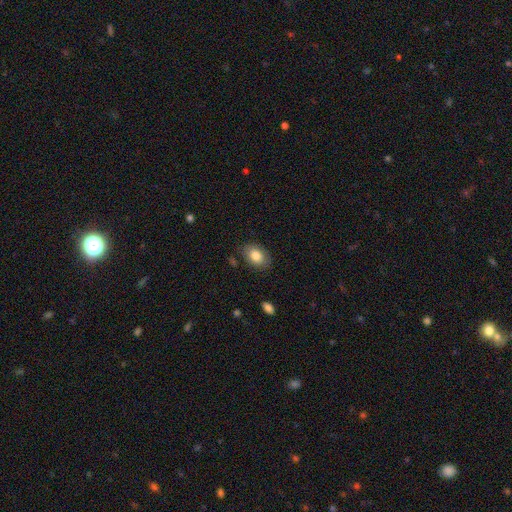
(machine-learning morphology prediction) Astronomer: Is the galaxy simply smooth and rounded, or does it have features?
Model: smooth — 83%.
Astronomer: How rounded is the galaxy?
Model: in between — 82%.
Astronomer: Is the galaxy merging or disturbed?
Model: none — 81%.